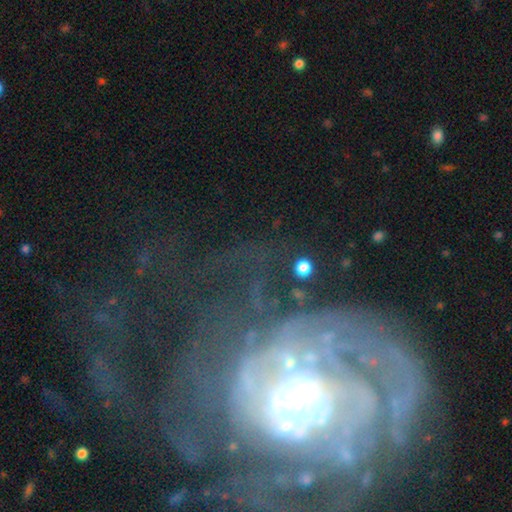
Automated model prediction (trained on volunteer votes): This is likely a featured or disk galaxy (76%). It is clearly not viewed edge-on (95%). Bar: likely no (60%). Spiral arm pattern: likely yes (68%). Central bulge: likely moderate (61%). Merging: marginally major disturbance (44%).